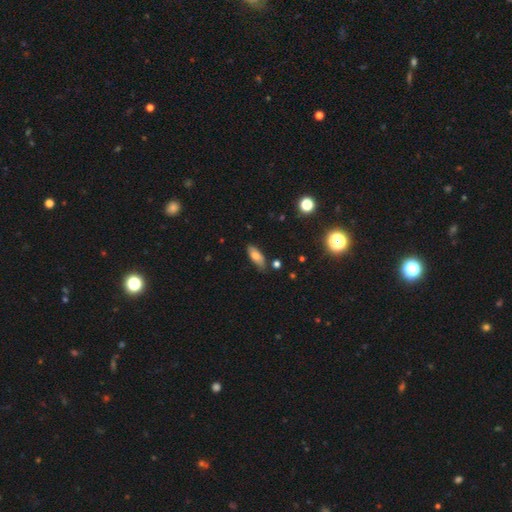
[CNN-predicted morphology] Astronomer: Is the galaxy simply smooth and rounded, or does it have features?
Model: smooth — 71%.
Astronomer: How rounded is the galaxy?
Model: in between — 76%.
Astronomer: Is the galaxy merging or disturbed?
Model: none — 76%.